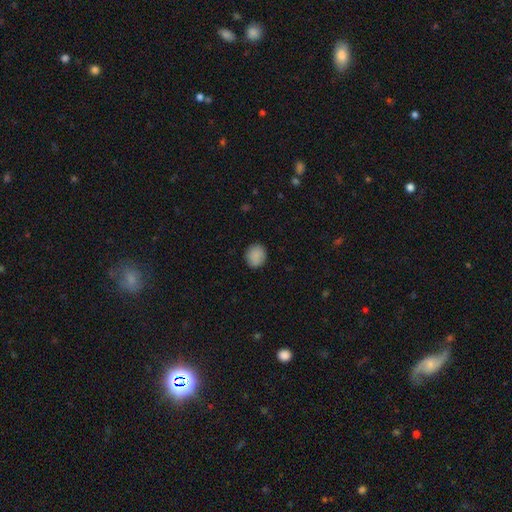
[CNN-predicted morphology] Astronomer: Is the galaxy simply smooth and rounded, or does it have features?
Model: smooth — 88%.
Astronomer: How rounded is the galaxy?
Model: round — 79%.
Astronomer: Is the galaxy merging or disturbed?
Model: none — 88%.